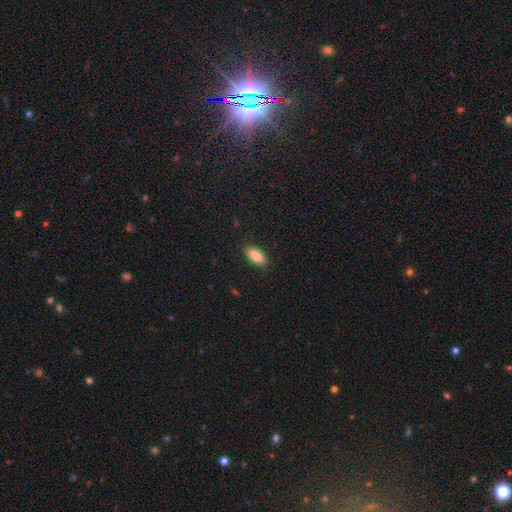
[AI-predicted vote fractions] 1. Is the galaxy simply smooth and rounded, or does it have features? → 84% smooth, 9% featured or disk, 7% star or artifact.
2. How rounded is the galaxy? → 88% in between, 9% cigar-shaped, 3% round.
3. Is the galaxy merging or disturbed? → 88% none, 9% minor disturbance, 2% major disturbance, 1% merger.